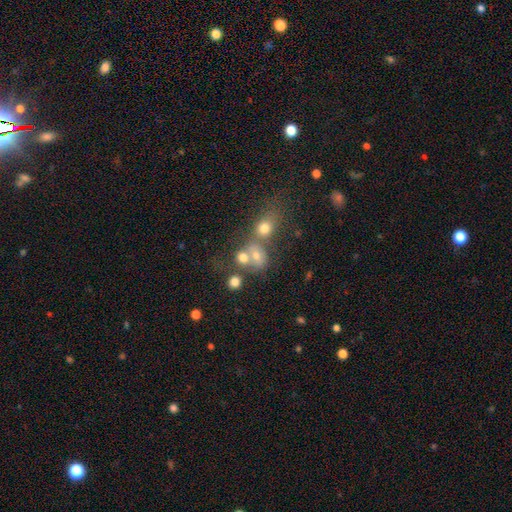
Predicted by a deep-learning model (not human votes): Overall: smooth (66%). How rounded: round (61%; in between 38%). Merging: merger (46%; none 37%).